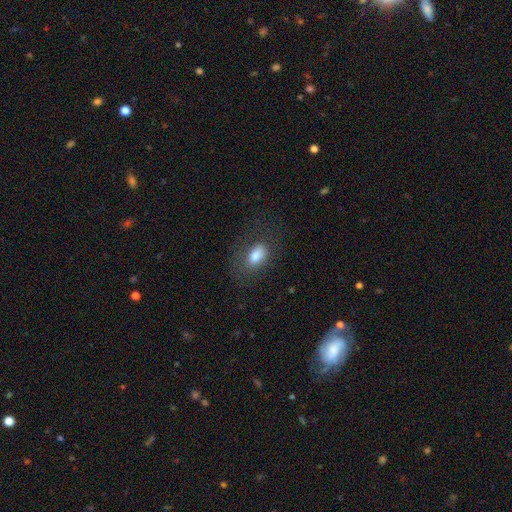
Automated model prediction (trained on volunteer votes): Q: Smooth or featured?
A: smooth (79%); runner-up: featured or disk (12%)
Q: How rounded?
A: in between (88%); runner-up: round (10%)
Q: Merging?
A: none (69%); runner-up: minor disturbance (18%)